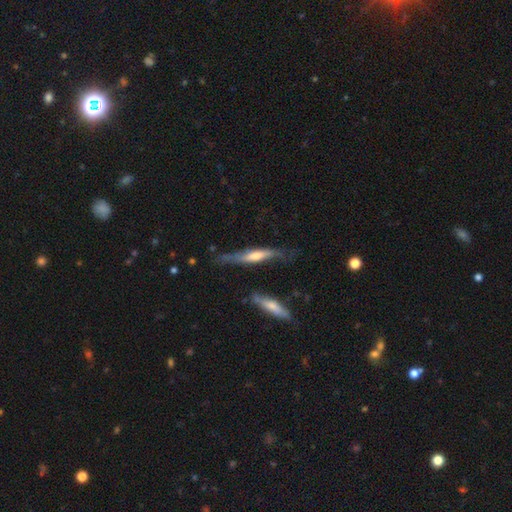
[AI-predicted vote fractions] smooth_or_featured: featured or disk (p=0.56) [alt: smooth p=0.38]
disk_edge_on: yes (p=0.84) [alt: no p=0.16]
merging: none (p=0.60) [alt: minor disturbance p=0.25]